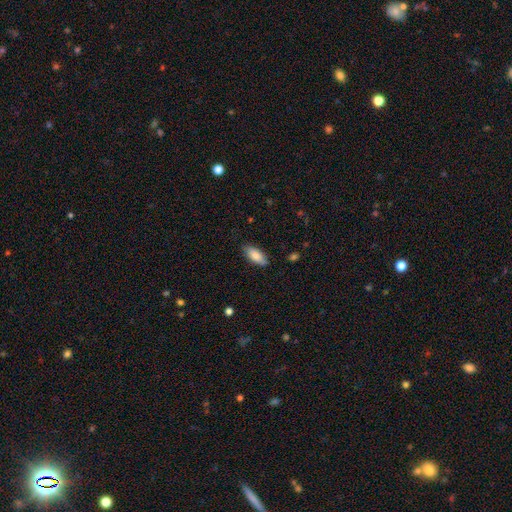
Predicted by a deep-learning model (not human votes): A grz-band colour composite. It shows a smooth galaxy with no disk features (85%) that is in between round and cigar-shaped (86%). Merging: none (85%).